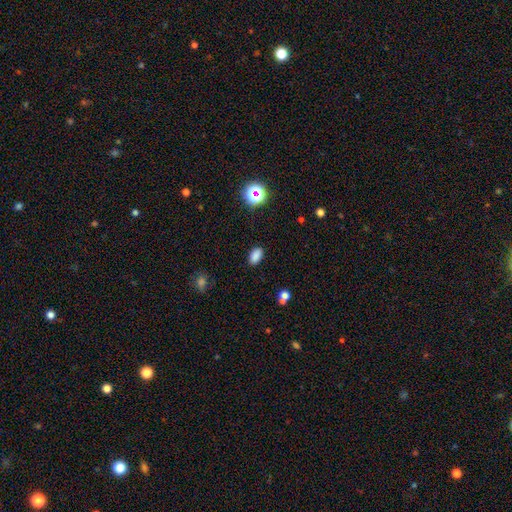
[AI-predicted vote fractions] A smooth galaxy with no disk features (82%) that is in between round and cigar-shaped (90%). Merging: none (87%).